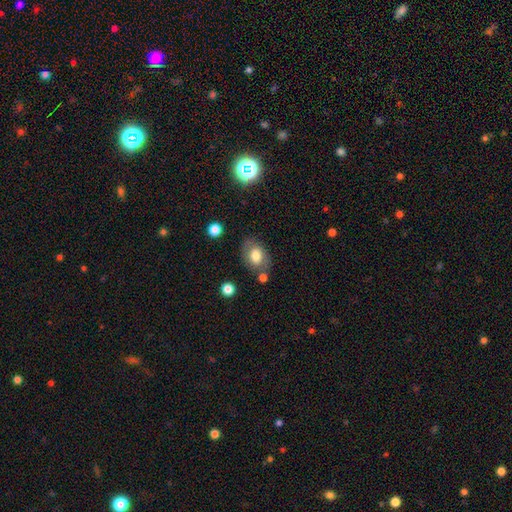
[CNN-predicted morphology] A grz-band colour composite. It shows a smooth galaxy with no disk features (69%) that is in between round and cigar-shaped (79%). Merging: none (69%).